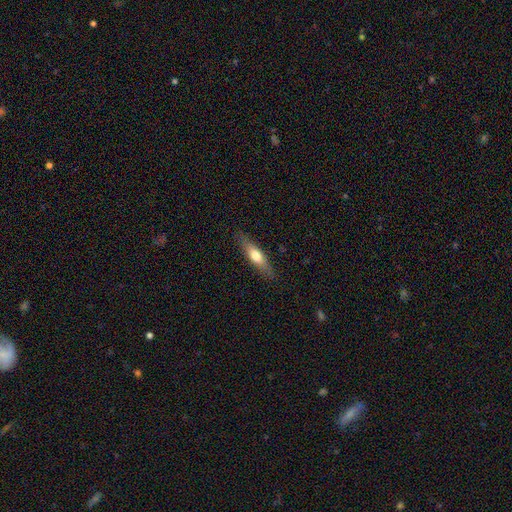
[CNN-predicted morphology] smooth-or-featured: smooth: 58% | featured or disk: 36% | star or artifact: 6%
  how-rounded: cigar-shaped: 67% | in between: 31% | round: 2%
  merging: none: 85% | minor disturbance: 11% | major disturbance: 3% | merger: 1%